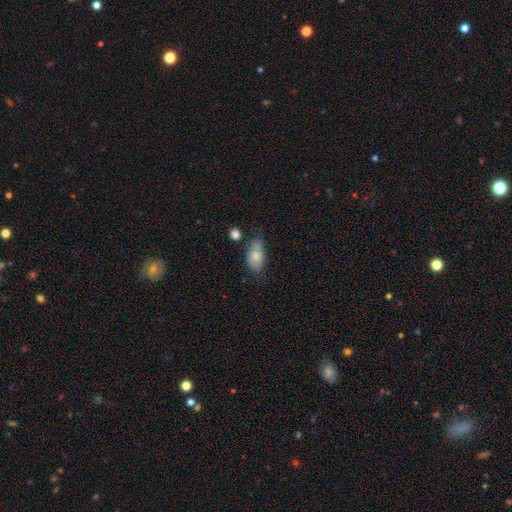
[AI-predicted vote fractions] smooth 78%, featured or disk 13%, star or artifact 8%. Down the decision tree: how rounded — in between (89%); merging — none (55%).